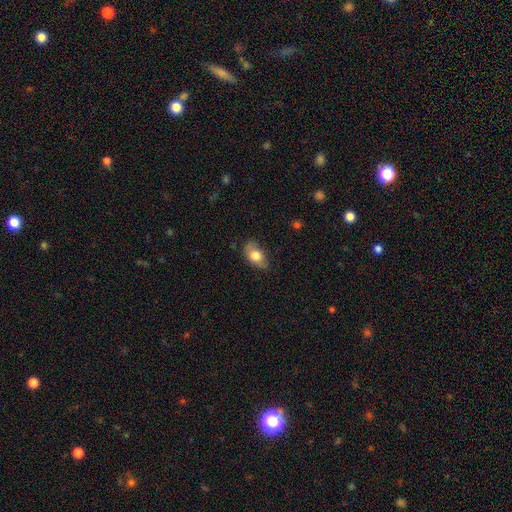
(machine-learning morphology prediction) The model was most divided on "merging": none: 62%, minor disturbance: 29%, major disturbance: 7%, merger: 2%. More confident: how rounded — in between (87%); smooth or featured — smooth (73%).